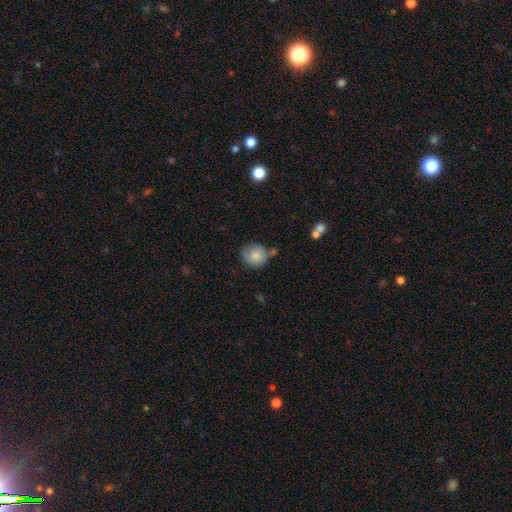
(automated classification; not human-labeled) Overall: smooth (81%). How rounded: round (84%). Merging: none (60%; minor disturbance 25%).